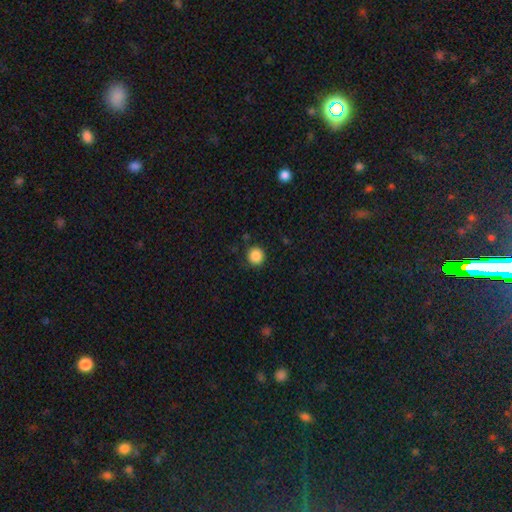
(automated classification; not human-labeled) This is clearly a smooth galaxy (87%). How rounded: clearly round (93%). Merging: clearly none (89%).